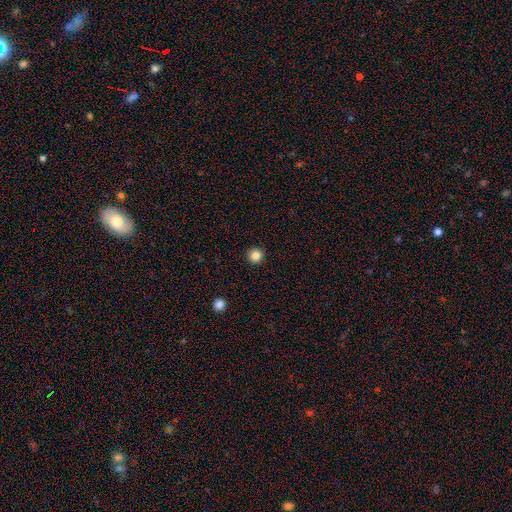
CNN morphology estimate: This appears to be a smooth galaxy with no disk features (84%) that is round (96%). Merging: none (93%).